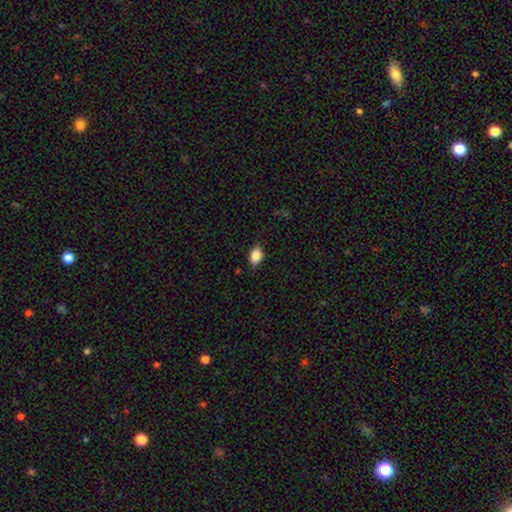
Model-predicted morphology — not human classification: This appears to be a smooth galaxy with no disk features (84%) that is in between round and cigar-shaped (84%). Merging: none (78%).